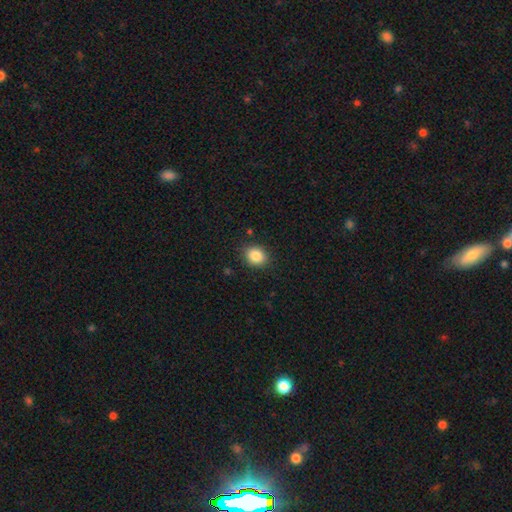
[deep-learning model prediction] A smooth galaxy with no disk features (86%) that is round (58%).

Vote fractions:
- Smooth or featured? smooth: 86% / star or artifact: 9% / featured or disk: 5%
- How rounded? round: 58% / in between: 41% / cigar-shaped: 1%
- Merging? none: 87% / minor disturbance: 10% / major disturbance: 3% / merger: 1%